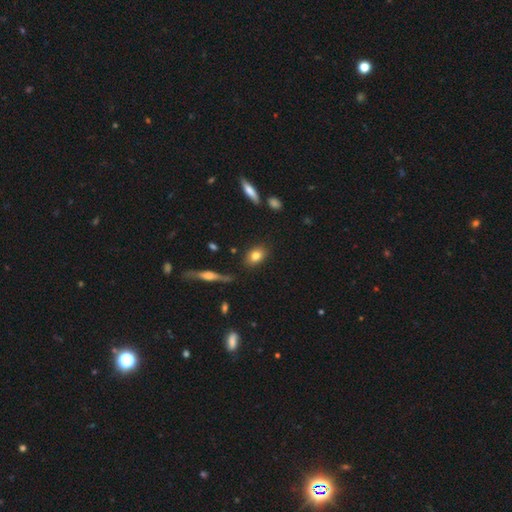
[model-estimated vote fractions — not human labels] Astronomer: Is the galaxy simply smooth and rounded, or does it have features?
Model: smooth — 81%.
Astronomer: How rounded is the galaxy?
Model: in between — 73%.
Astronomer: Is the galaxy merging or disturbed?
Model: none — 85%.